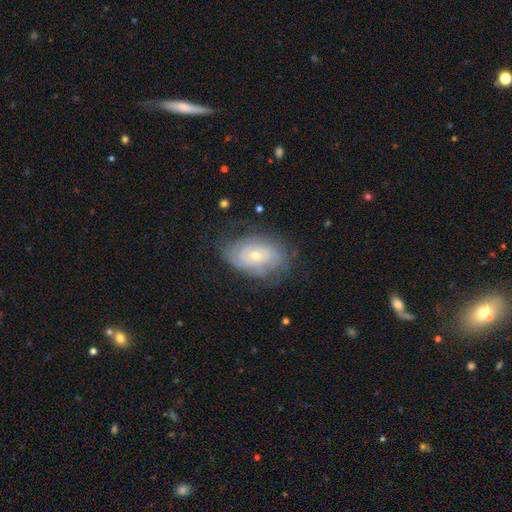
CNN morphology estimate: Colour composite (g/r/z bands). It shows a featured or disk galaxy (70%) with no bar (76%), tight (65%) spiral arms (84%) and a small central bulge (62%). Merging: none (69%).